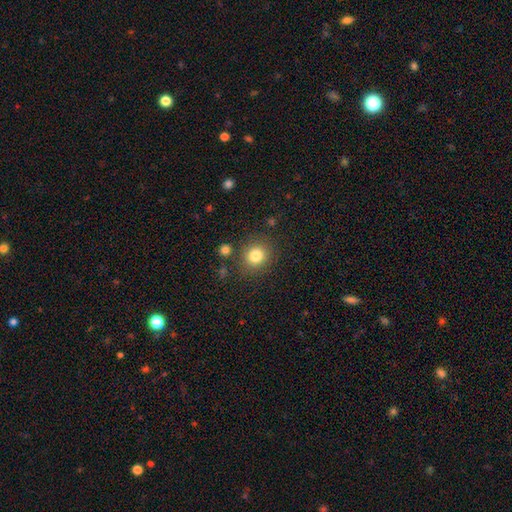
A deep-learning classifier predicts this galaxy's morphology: Smooth or featured? smooth (82%)
How rounded? round (85%)
Merging? none (83%)